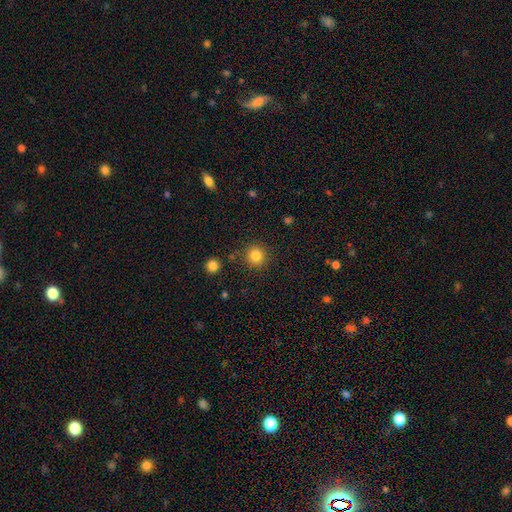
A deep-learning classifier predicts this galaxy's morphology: Smooth or featured?
  - smooth: 84% *
  - star or artifact: 11%
  - featured or disk: 5%
How rounded?
  - round: 94% *
  - in between: 5%
  - cigar-shaped: 1%
Merging?
  - none: 87% *
  - minor disturbance: 7%
  - merger: 3%
  - major disturbance: 3%